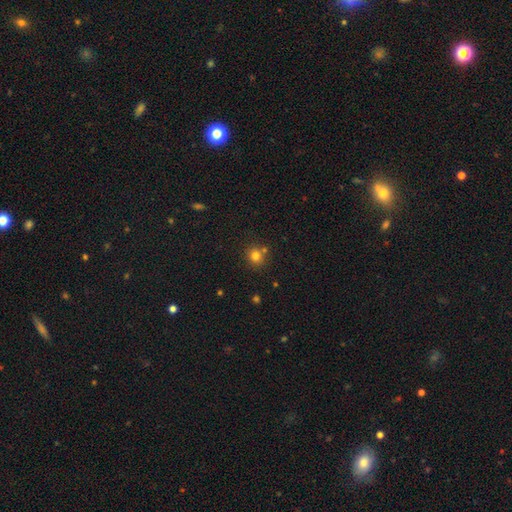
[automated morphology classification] Smooth or featured: smooth — 78% (star or artifact — 15%)
How rounded: round — 87% (in between — 12%)
Merging: none — 72% (merger — 16%)